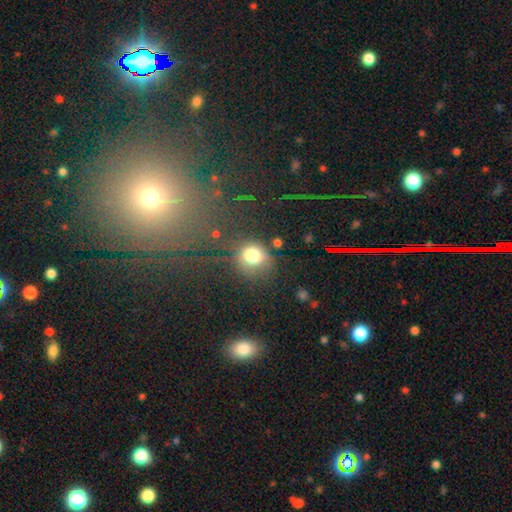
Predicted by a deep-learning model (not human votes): smooth 74%, star or artifact 14%, featured or disk 12%. Down the decision tree: how rounded — round (72%); merging — none (57%).